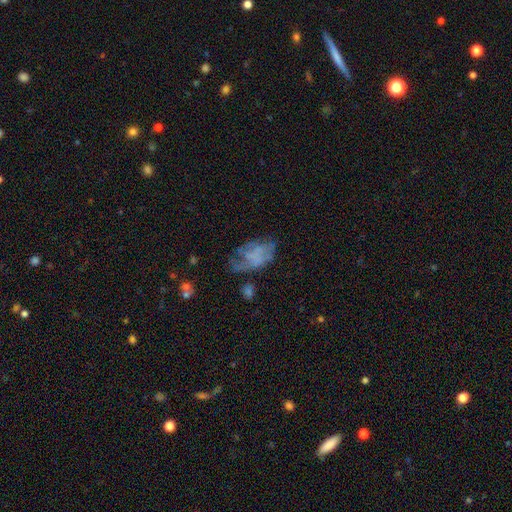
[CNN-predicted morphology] Smooth or featured? Predicted: featured or disk (p=0.49). Merging? Predicted: none (p=0.36).